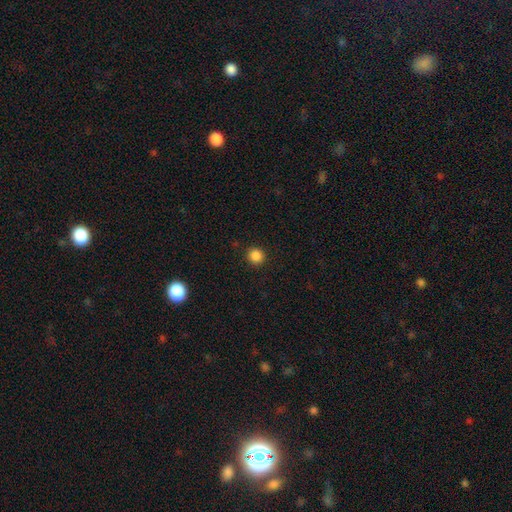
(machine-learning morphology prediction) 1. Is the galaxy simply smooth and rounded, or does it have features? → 86% smooth, 11% star or artifact, 3% featured or disk.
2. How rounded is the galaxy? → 90% round, 9% in between, 1% cigar-shaped.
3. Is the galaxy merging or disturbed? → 92% none, 5% minor disturbance, 2% major disturbance, 1% merger.